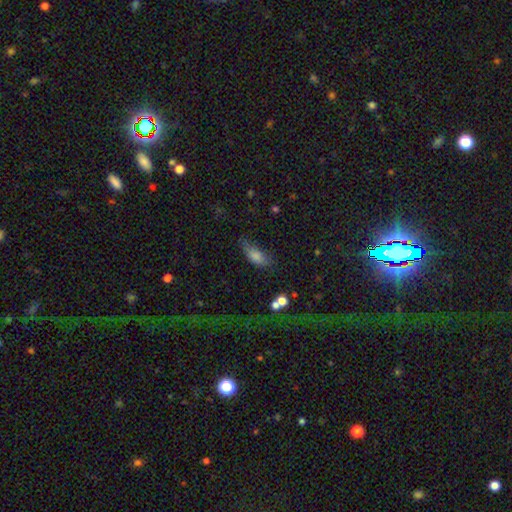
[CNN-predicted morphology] Smooth or featured: smooth — 71% (featured or disk — 14%)
How rounded: in between — 74% (cigar-shaped — 21%)
Merging: none — 48% (minor disturbance — 32%)